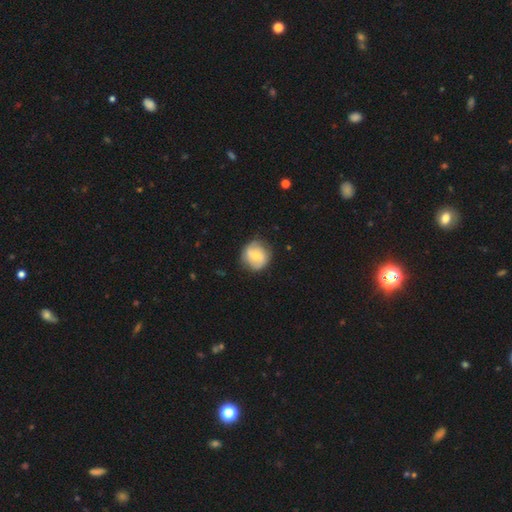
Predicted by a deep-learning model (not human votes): smooth_or_featured: smooth (p=0.47) [tied with: featured or disk p=0.47]
merging: none (p=0.78) [alt: minor disturbance p=0.16]